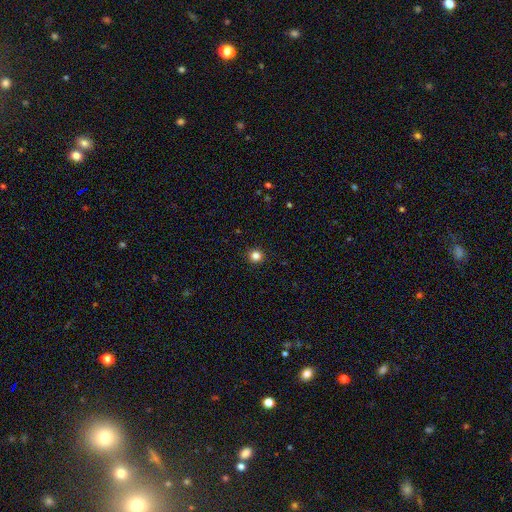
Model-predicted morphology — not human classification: The model was most divided on "smooth or featured": smooth: 84%, star or artifact: 12%, featured or disk: 4%. More confident: how rounded — round (94%); merging — none (93%).